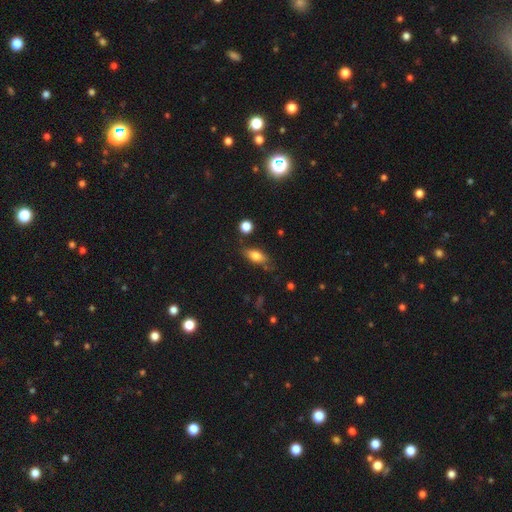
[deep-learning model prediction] Morphology: type=smooth (75%); roundness=in between (80%); merging=none (74%).